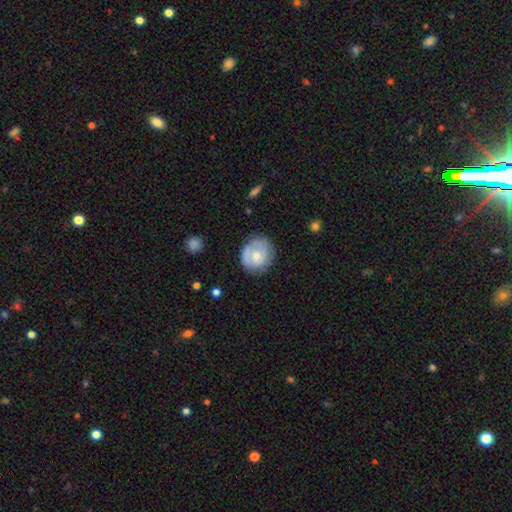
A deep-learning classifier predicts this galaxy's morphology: smooth-or-featured: smooth: 56% | featured or disk: 37% | star or artifact: 7%
  how-rounded: round: 76% | in between: 23% | cigar-shaped: 1%
  merging: none: 68% | minor disturbance: 22% | major disturbance: 7% | merger: 2%